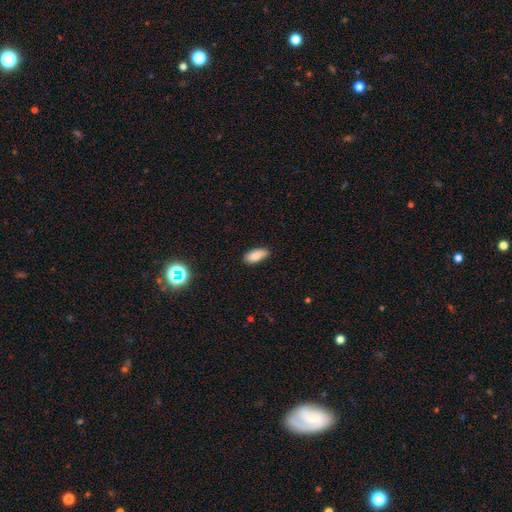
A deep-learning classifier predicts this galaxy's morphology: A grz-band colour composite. It shows a smooth galaxy with no disk features (87%) that is in between round and cigar-shaped (84%). Merging: none (85%).